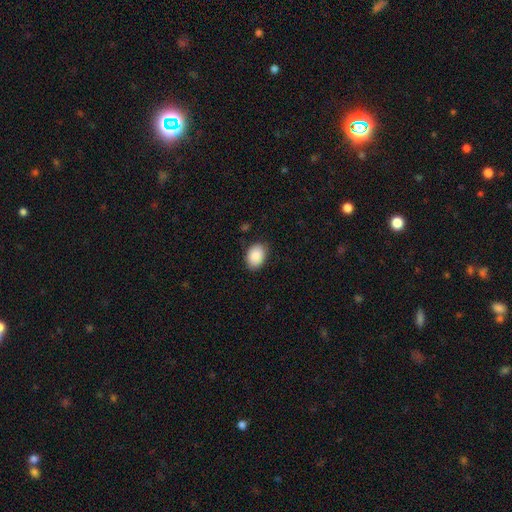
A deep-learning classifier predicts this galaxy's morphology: Q: Smooth or featured?
A: smooth (89%); runner-up: star or artifact (7%)
Q: How rounded?
A: in between (80%); runner-up: round (19%)
Q: Merging?
A: none (84%); runner-up: minor disturbance (13%)